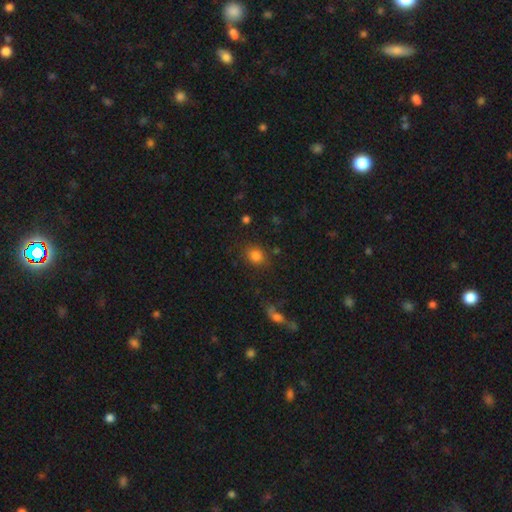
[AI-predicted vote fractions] Overall: smooth (82%). How rounded: round (60%; in between 38%). Merging: none (80%).